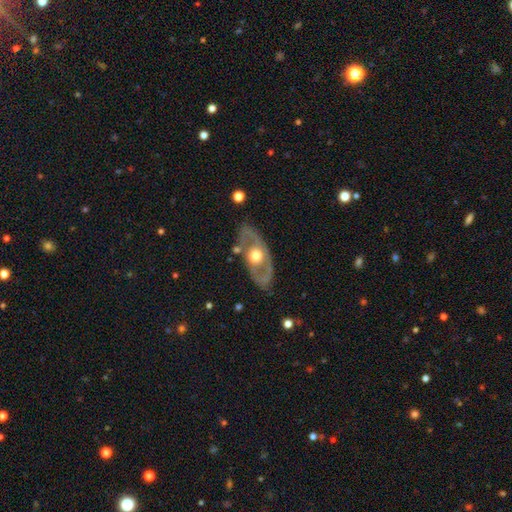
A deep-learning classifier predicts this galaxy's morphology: This appears to be a featured or disk galaxy (70%) with no bar (86%), no spiral arms (66%) and a moderate central bulge (67%). Merging: none (77%).